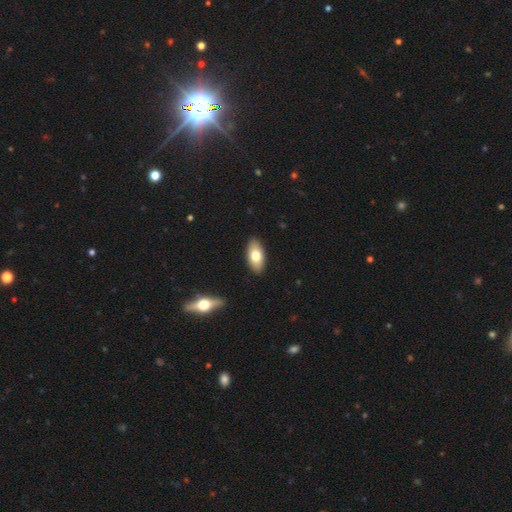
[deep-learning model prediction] Smooth or featured?
  - smooth: 73% *
  - featured or disk: 21%
  - star or artifact: 6%
How rounded?
  - in between: 91% *
  - cigar-shaped: 6%
  - round: 3%
Merging?
  - none: 89% *
  - minor disturbance: 8%
  - major disturbance: 2%
  - merger: 1%